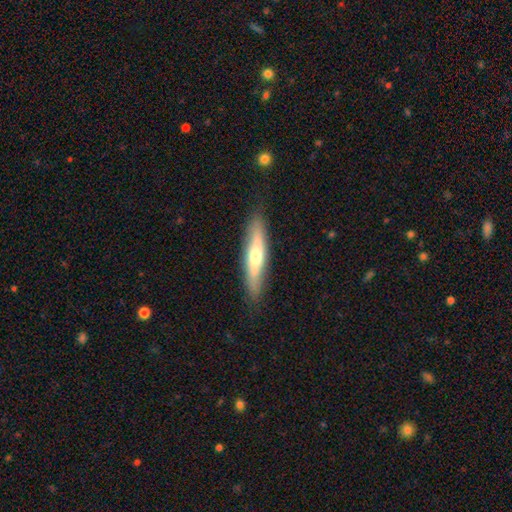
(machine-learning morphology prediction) smooth_or_featured: smooth (p=0.48) [alt: featured or disk p=0.46]
merging: none (p=0.85) [alt: minor disturbance p=0.11]